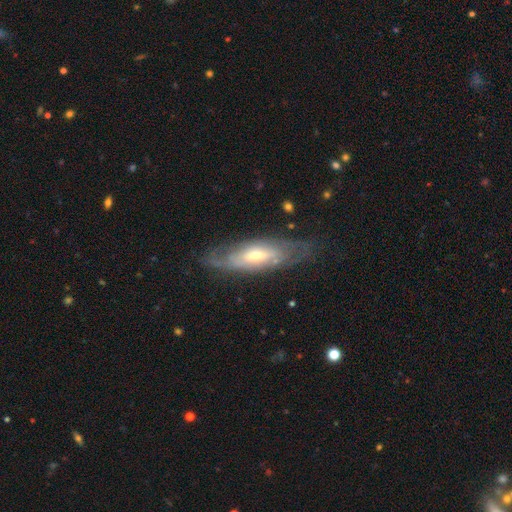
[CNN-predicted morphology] type=featured or disk (69%); edge-on=no (73%); bar=no (53%); spiral arms=yes (72%); bulge=moderate (60%); merging=none (67%).